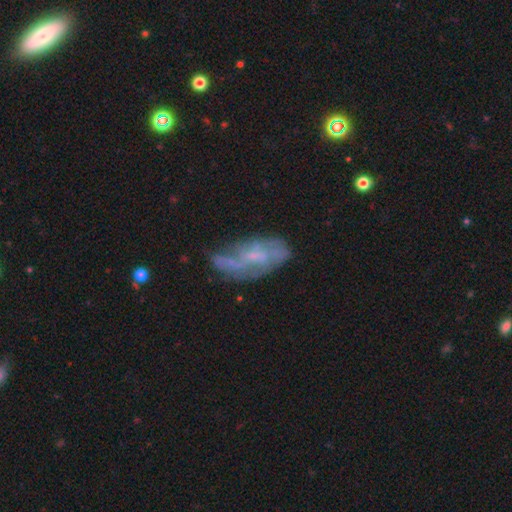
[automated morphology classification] featured or disk 69%, smooth 22%, star or artifact 9%. Down the decision tree: edge-on disk — no (92%); bar — no (55%); spiral arms — yes (65%); bulge size — small (49%); merging — none (49%).